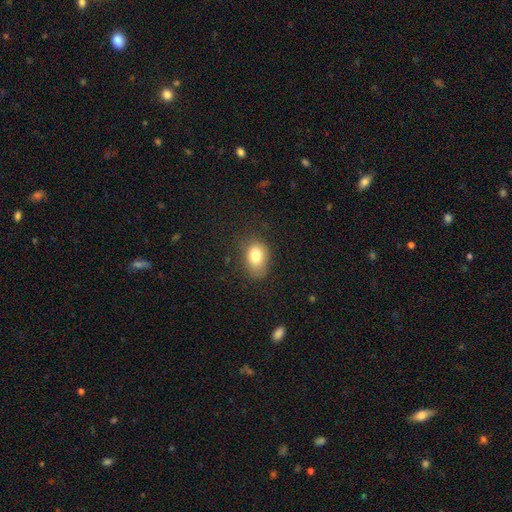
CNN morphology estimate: Q: Smooth or featured?
A: smooth (79%); runner-up: featured or disk (11%)
Q: How rounded?
A: in between (77%); runner-up: round (22%)
Q: Merging?
A: none (68%); runner-up: minor disturbance (23%)